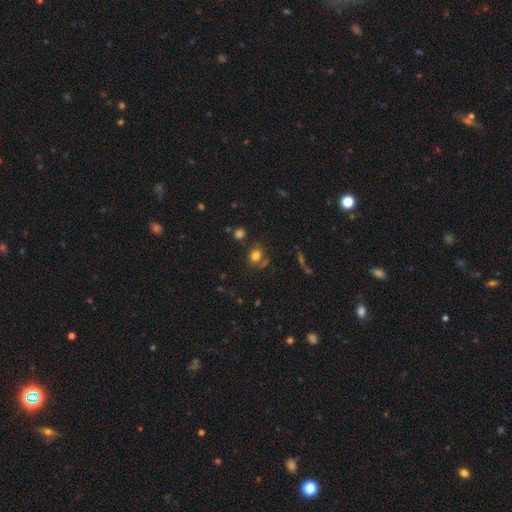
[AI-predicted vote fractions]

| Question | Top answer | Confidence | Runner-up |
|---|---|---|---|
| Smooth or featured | smooth | 77% | star or artifact (15%) |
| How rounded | round | 69% | in between (29%) |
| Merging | none | 71% | minor disturbance (13%) |